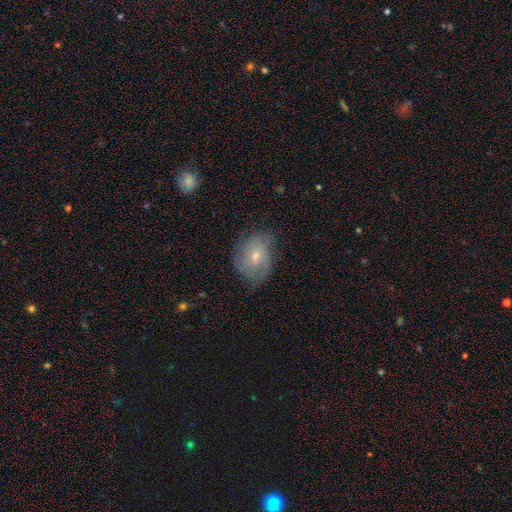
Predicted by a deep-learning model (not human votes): A featured or disk galaxy (50%).

Vote fractions:
- Smooth or featured? featured or disk: 50% / smooth: 42% / star or artifact: 8%
- Merging? none: 65% / minor disturbance: 25% / major disturbance: 9% / merger: 1%